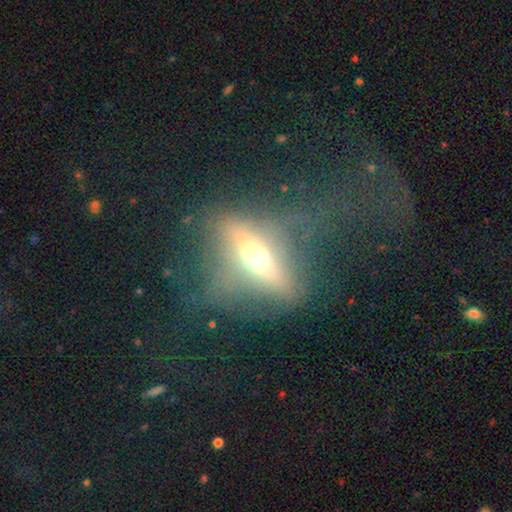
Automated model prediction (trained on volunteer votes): featured or disk 59%, smooth 29%, star or artifact 11%. Down the decision tree: edge-on disk — yes (70%); merging — none (46%).